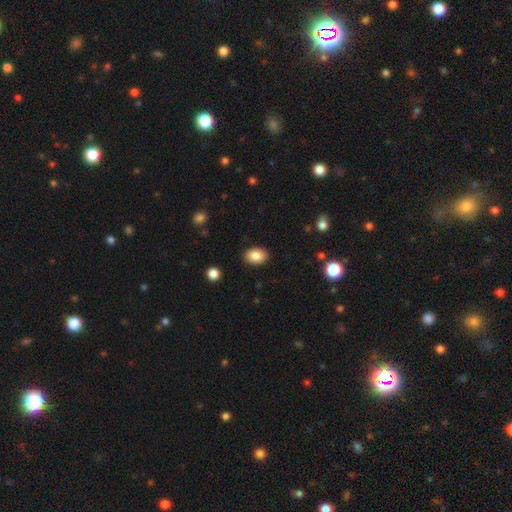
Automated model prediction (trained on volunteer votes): Overall: smooth (88%). How rounded: in between (82%). Merging: none (88%).